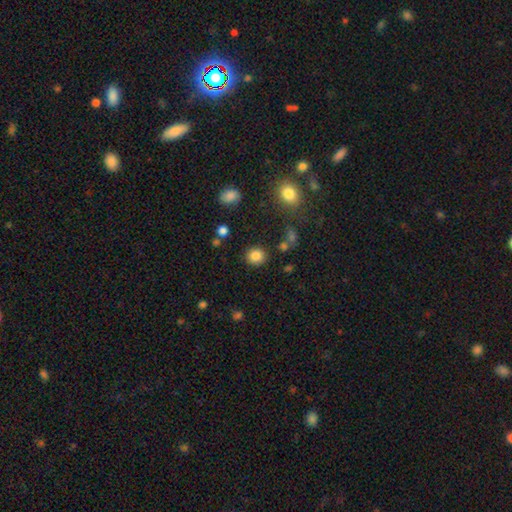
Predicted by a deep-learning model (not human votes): This is clearly a smooth galaxy (84%). How rounded: clearly round (84%). Merging: clearly none (87%).